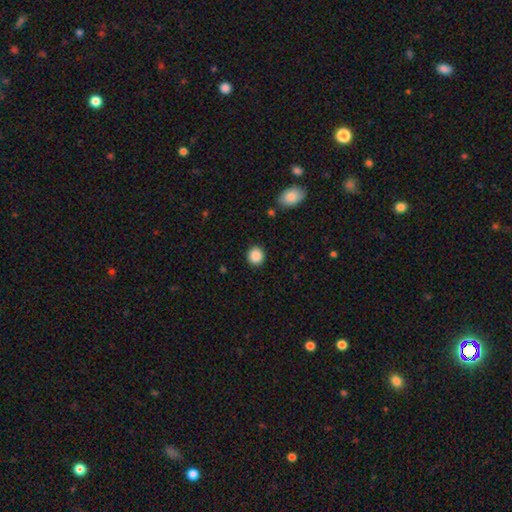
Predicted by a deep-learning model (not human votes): Smooth or featured? smooth (88%)
How rounded? round (91%)
Merging? none (91%)